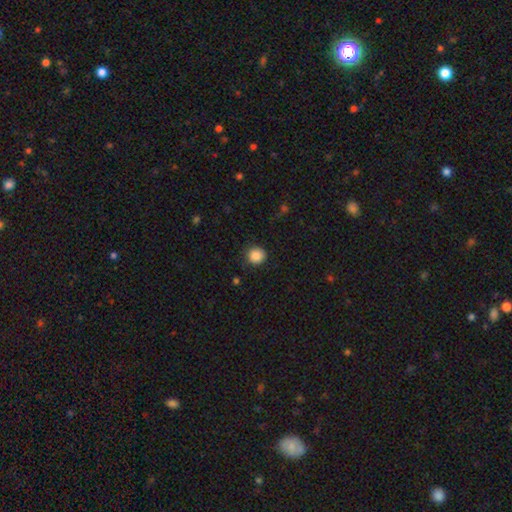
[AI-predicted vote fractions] This appears to be a smooth galaxy with no disk features (87%) that is round (93%). Merging: none (88%).